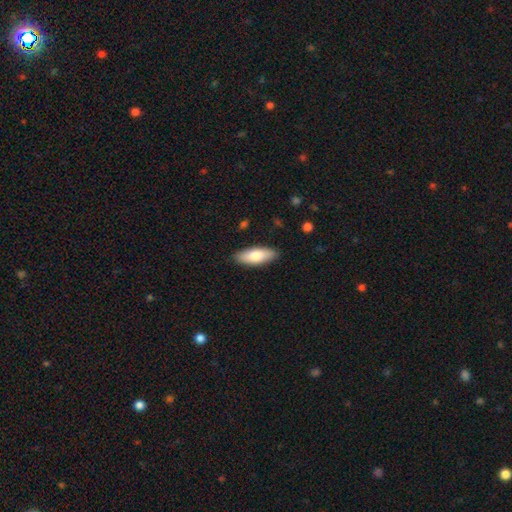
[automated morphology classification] This is likely a smooth galaxy (77%). How rounded: likely in between (74%). Merging: clearly none (88%).